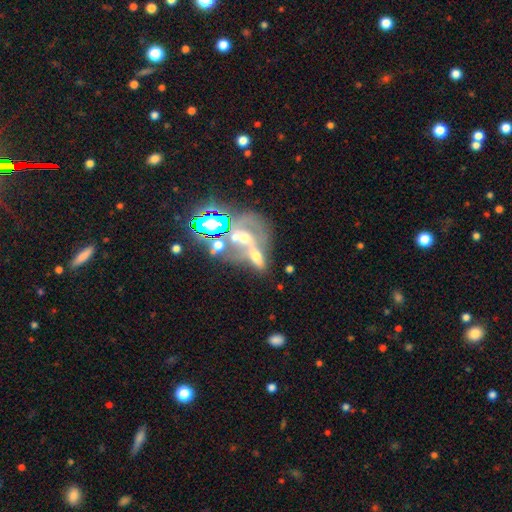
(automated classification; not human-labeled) A smooth galaxy with no disk features (41%). Merging: merger (59%).